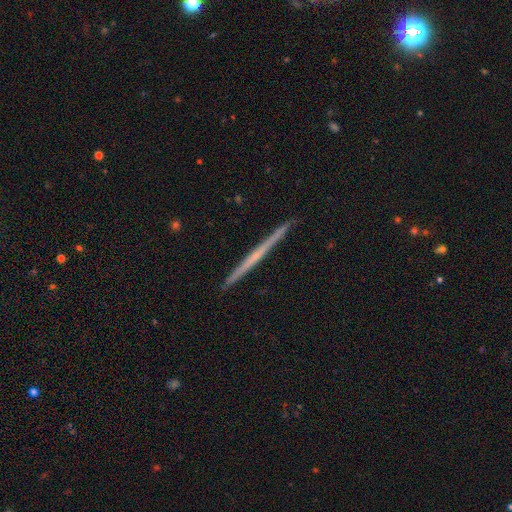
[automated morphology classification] Smooth or featured? Predicted: featured or disk (p=0.63). Edge-on disk? Predicted: yes (p=0.98). Edge-on bulge? Predicted: none (p=0.84). Merging? Predicted: none (p=0.93).